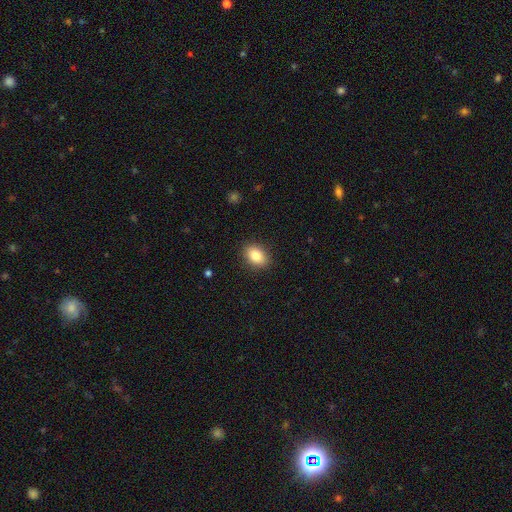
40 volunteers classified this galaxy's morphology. A smooth galaxy with no disk features (78%) that is in between round and cigar-shaped (68%). Merging: none (80%).